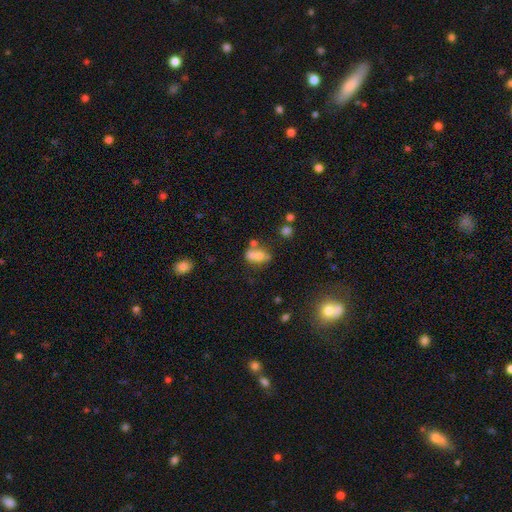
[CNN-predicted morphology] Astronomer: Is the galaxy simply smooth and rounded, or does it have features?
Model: smooth — 68%.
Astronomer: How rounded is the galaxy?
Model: in between — 79%.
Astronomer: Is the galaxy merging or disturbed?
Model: none — 40% (runner-up: merger, 32%).